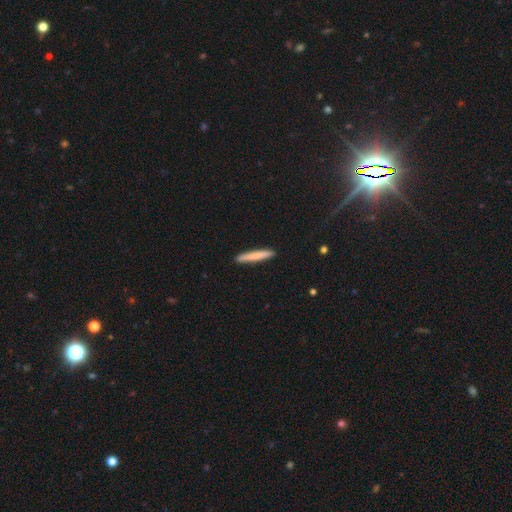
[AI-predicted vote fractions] Overall: smooth (79%). How rounded: cigar-shaped (96%). Merging: none (92%).